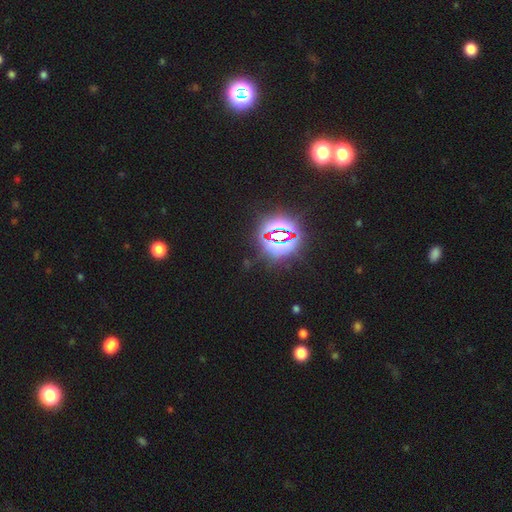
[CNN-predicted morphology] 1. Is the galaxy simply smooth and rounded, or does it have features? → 83% star or artifact, 11% smooth, 6% featured or disk.